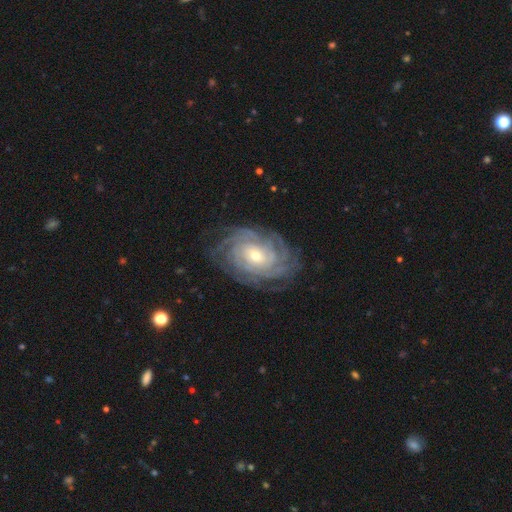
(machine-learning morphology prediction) smooth_or_featured: featured or disk (p=0.89) [alt: smooth p=0.05]
disk_edge_on: no (p=0.97) [alt: yes p=0.03]
bar: no (p=0.67) [alt: weak p=0.25]
has_spiral_arms: yes (p=0.98) [alt: no p=0.02]
spiral_winding: tight (p=0.81) [alt: medium p=0.16]
spiral_arm_count: can't tell (p=0.28) [alt: more than 4 p=0.25]
bulge_size: small (p=0.57) [alt: moderate p=0.39]
merging: none (p=0.78) [alt: minor disturbance p=0.15]